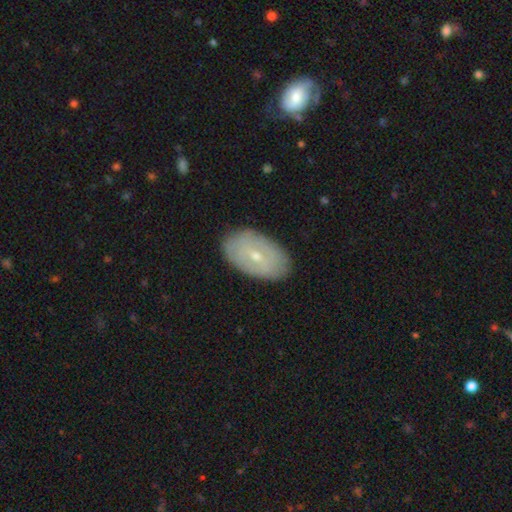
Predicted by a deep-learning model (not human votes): Smooth or featured?
  - featured or disk: 52% *
  - smooth: 41%
  - star or artifact: 7%
Edge-on disk?
  - no: 90% *
  - yes: 10%
Merging?
  - none: 85% *
  - minor disturbance: 11%
  - major disturbance: 3%
  - merger: 1%